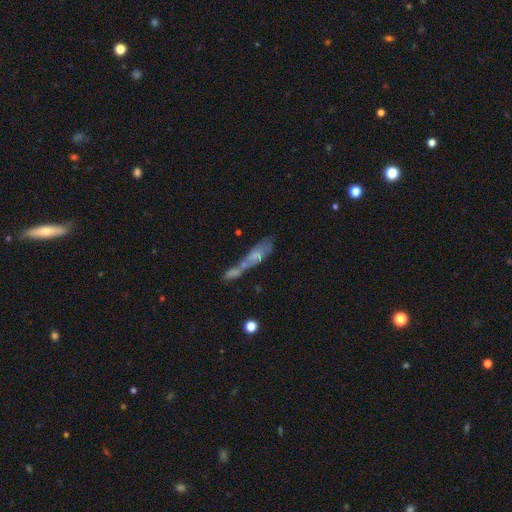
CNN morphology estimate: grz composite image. It shows a smooth galaxy with no disk features (52%) that is cigar-shaped (55%). Merging: merger (59%).